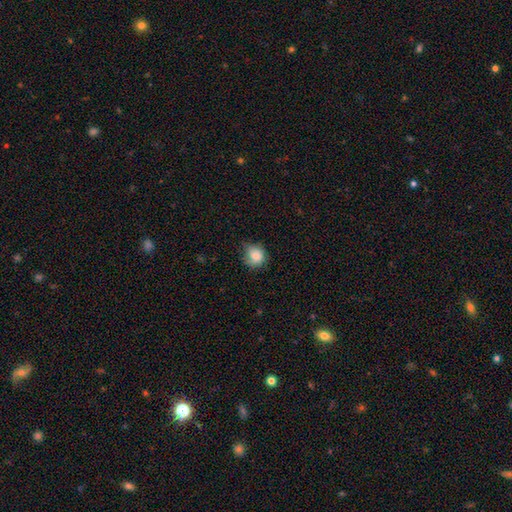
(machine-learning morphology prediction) Smooth or featured: smooth — 77% (featured or disk — 14%)
How rounded: round — 71% (in between — 28%)
Merging: none — 53% (minor disturbance — 33%)